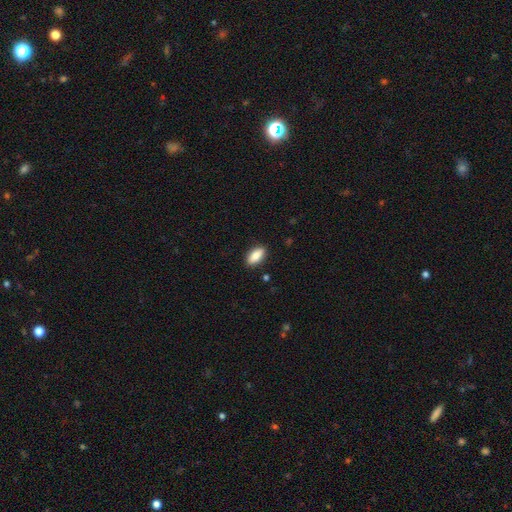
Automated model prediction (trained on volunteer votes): A smooth galaxy with no disk features (85%) that is in between round and cigar-shaped (87%).

Vote fractions:
- Smooth or featured? smooth: 85% / featured or disk: 9% / star or artifact: 7%
- How rounded? in between: 87% / cigar-shaped: 10% / round: 3%
- Merging? none: 88% / minor disturbance: 9% / major disturbance: 2% / merger: 1%